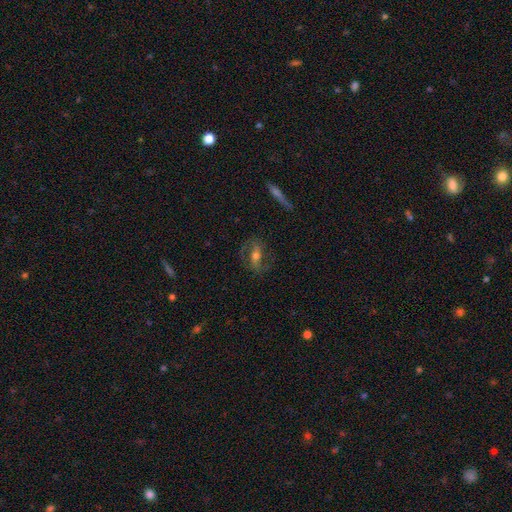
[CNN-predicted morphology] Smooth or featured?
  - featured or disk: 73% *
  - smooth: 17%
  - star or artifact: 11%
Edge-on disk?
  - no: 90% *
  - yes: 10%
Bar?
  - weak: 38% *
  - strong: 33%
  - no: 29%
Spiral arms?
  - yes: 86% *
  - no: 14%
Spiral winding?
  - medium: 48% *
  - tight: 28%
  - loose: 24%
Spiral arm count?
  - 2: 84% *
  - can't tell: 9%
  - 1: 3%
  - 3: 2%
  - 4: 1%
  - more than 4: 1%
Bulge size?
  - moderate: 64% *
  - small: 27%
  - large: 6%
  - none: 2%
  - dominant: 1%
Merging?
  - none: 78% *
  - minor disturbance: 13%
  - major disturbance: 7%
  - merger: 1%